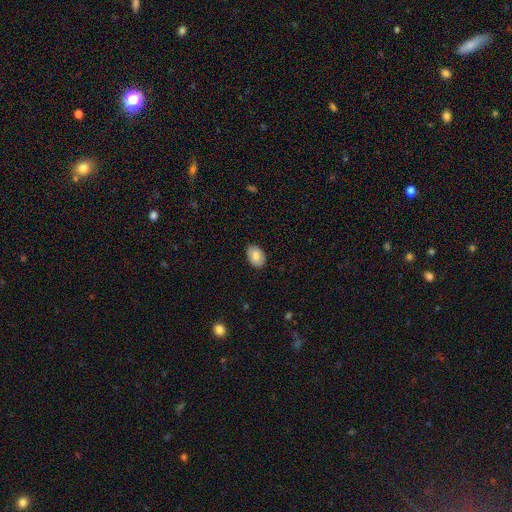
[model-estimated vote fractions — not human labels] smooth_or_featured: smooth (p=0.75) [alt: featured or disk p=0.18]
how_rounded: in between (p=0.83) [alt: round p=0.16]
merging: none (p=0.87) [alt: minor disturbance p=0.10]